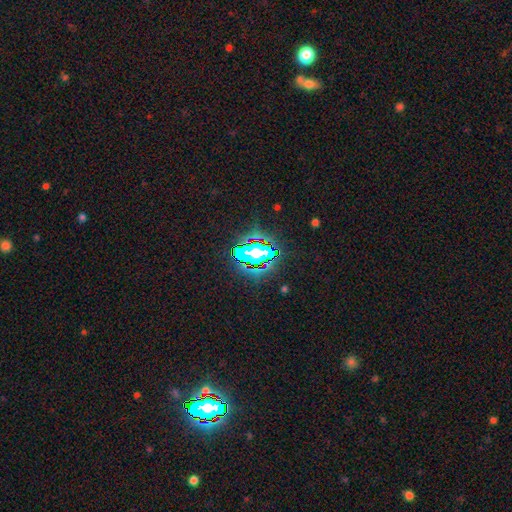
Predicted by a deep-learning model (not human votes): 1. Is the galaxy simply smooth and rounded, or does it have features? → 71% star or artifact, 17% smooth, 12% featured or disk.